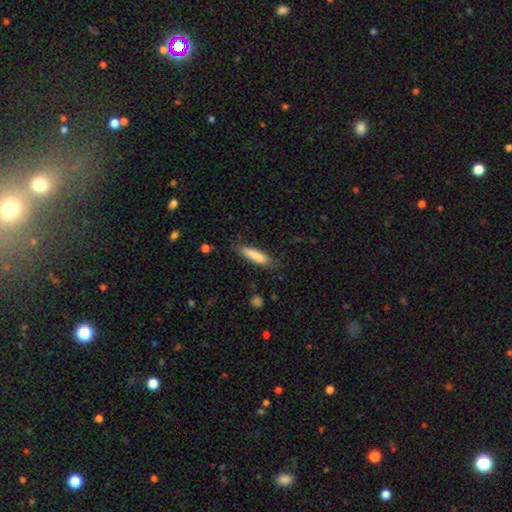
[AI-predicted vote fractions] A smooth galaxy with no disk features (82%) that is cigar-shaped (80%). Merging: none (80%).